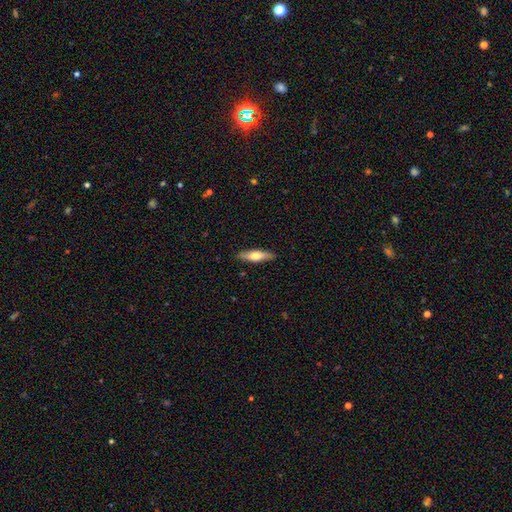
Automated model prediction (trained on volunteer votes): Smooth or featured? Predicted: smooth (p=0.60). How rounded? Predicted: cigar-shaped (p=0.63). Merging? Predicted: none (p=0.88).